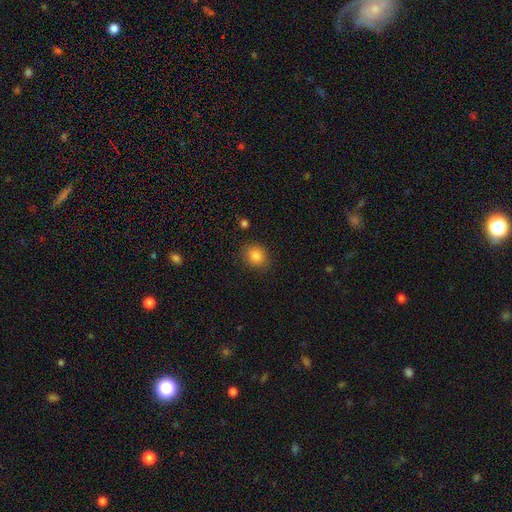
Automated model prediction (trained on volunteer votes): Smooth or featured? Predicted: smooth (p=0.85). How rounded? Predicted: round (p=0.70). Merging? Predicted: none (p=0.86).